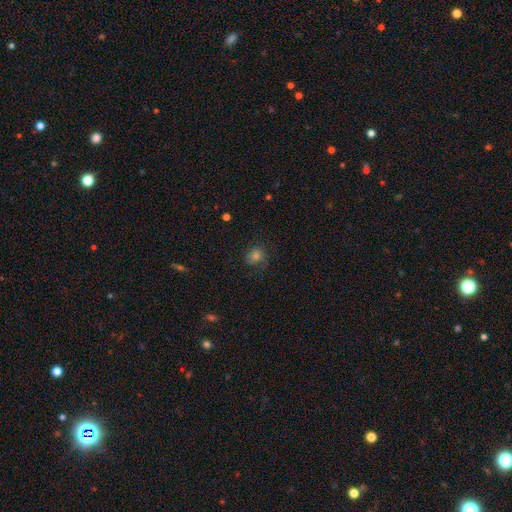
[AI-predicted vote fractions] This is possibly a smooth galaxy (57%). How rounded: likely round (72%). Merging: likely none (66%).